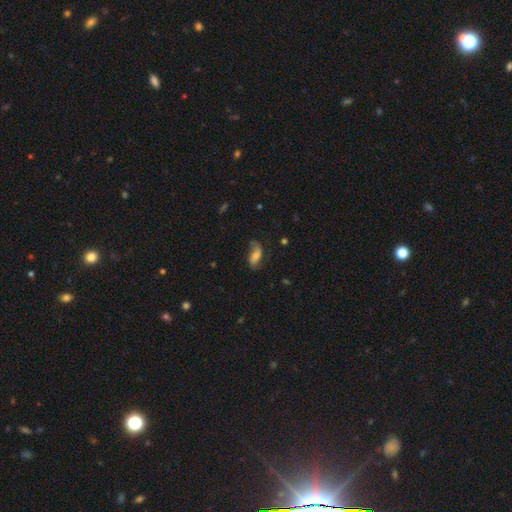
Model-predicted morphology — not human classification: This is possibly a smooth galaxy (54%). How rounded: clearly in between (83%). Merging: possibly none (50%).